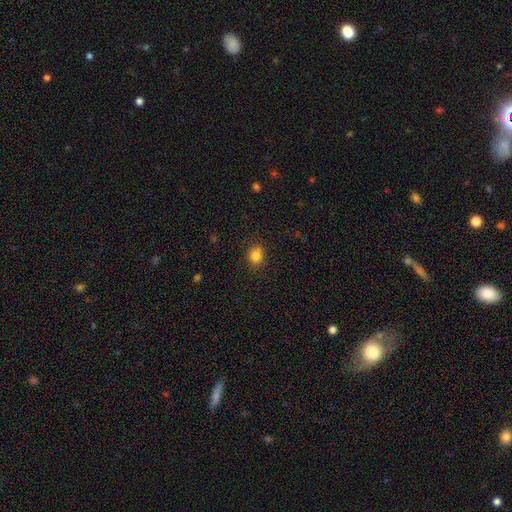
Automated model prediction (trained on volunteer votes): This appears to be a smooth galaxy with no disk features (82%) that is round (65%). Merging: none (79%).